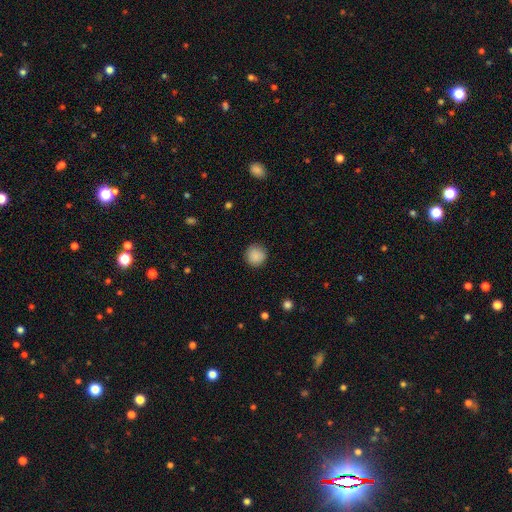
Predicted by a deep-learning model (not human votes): Smooth or featured? smooth (89%)
How rounded? round (94%)
Merging? none (90%)